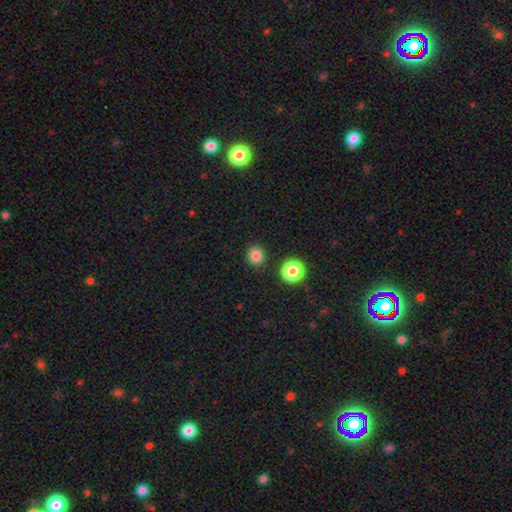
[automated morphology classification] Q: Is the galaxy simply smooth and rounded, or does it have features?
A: smooth — 82%.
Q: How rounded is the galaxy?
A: round — 89%.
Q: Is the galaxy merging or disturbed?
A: none — 89%.